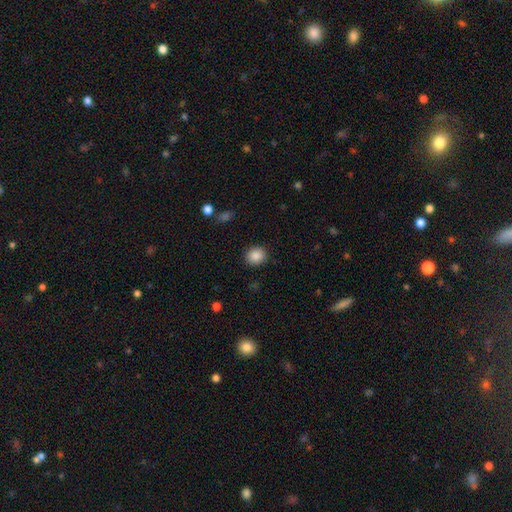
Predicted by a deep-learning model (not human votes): smooth_or_featured: smooth (p=0.88) [alt: star or artifact p=0.09]
how_rounded: round (p=0.78) [alt: in between p=0.21]
merging: none (p=0.90) [alt: minor disturbance p=0.06]